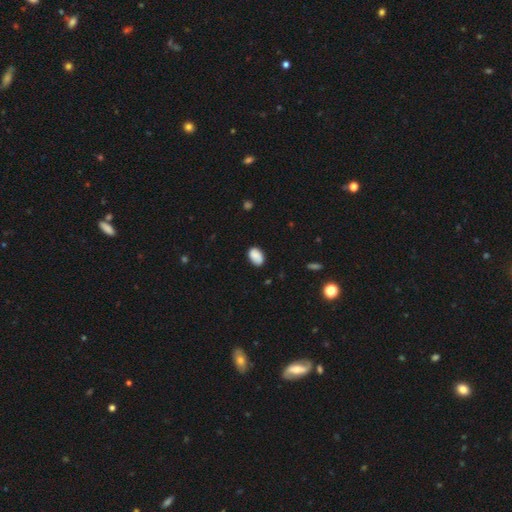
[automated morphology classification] This appears to be a smooth galaxy with no disk features (86%) that is in between round and cigar-shaped (89%). Merging: none (76%).